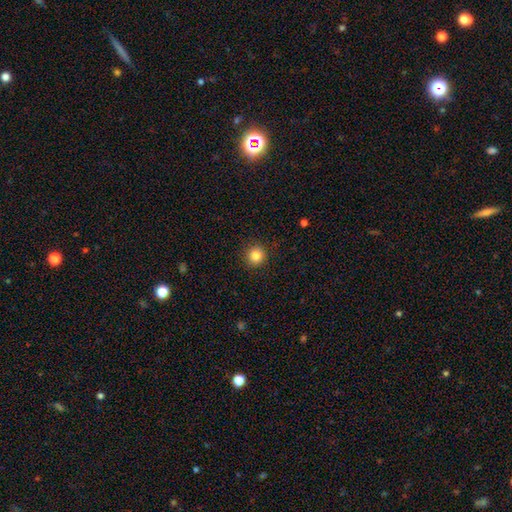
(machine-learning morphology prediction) A smooth galaxy with no disk features (84%) that is round (93%). Merging: none (92%).